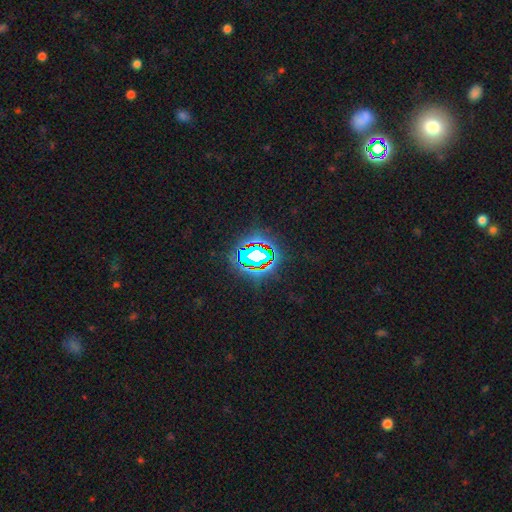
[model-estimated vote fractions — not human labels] A star or artifact, not a galaxy (73%).

Vote fractions:
- Smooth or featured? star or artifact: 73% / smooth: 15% / featured or disk: 12%